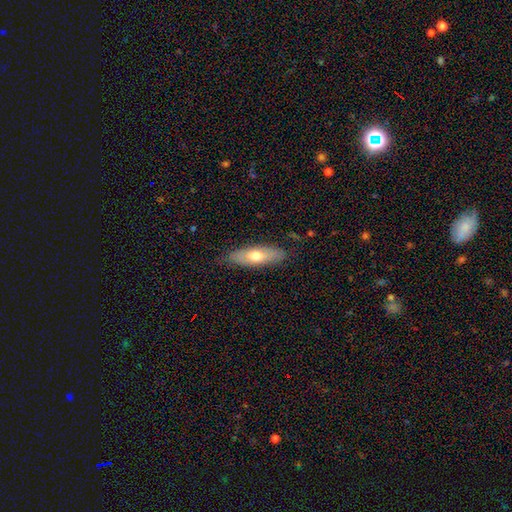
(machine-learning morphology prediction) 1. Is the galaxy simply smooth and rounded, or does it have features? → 59% smooth, 36% featured or disk, 6% star or artifact.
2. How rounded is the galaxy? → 57% in between, 41% cigar-shaped, 2% round.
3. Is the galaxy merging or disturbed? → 82% none, 14% minor disturbance, 3% major disturbance, 1% merger.